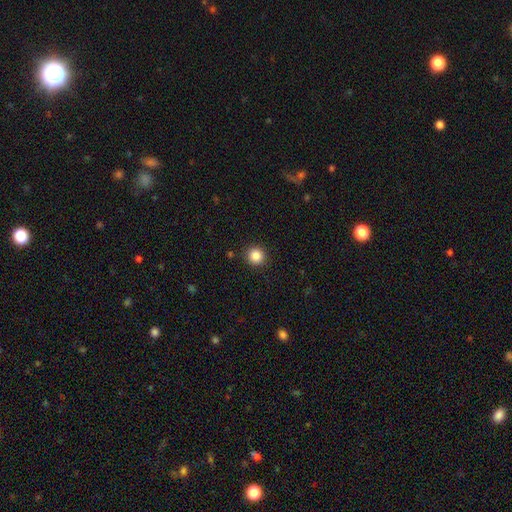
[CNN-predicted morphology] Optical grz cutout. It shows a smooth galaxy with no disk features (86%) that is round (93%). Merging: none (91%).